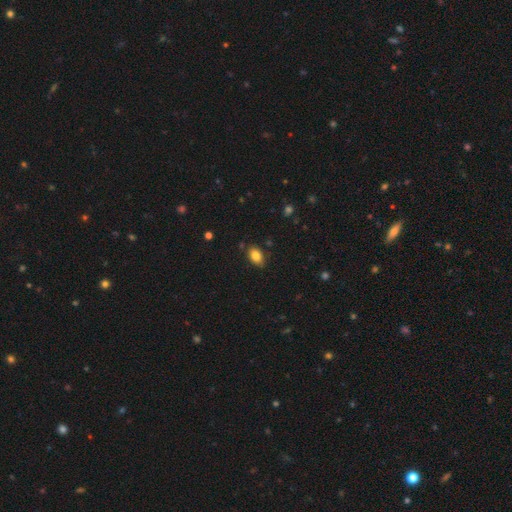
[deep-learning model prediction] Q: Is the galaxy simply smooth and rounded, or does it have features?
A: smooth — 84%.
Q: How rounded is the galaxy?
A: in between — 84%.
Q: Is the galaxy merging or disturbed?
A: none — 81%.